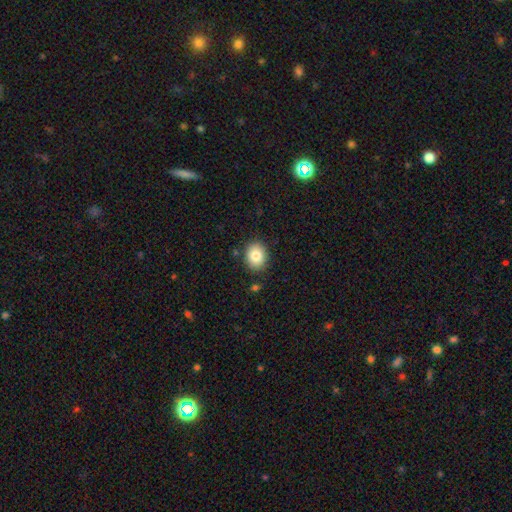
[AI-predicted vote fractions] A smooth galaxy with no disk features (83%) that is in between round and cigar-shaped (51%).

Vote fractions:
- Smooth or featured? smooth: 83% / star or artifact: 9% / featured or disk: 8%
- How rounded? in between: 51% / round: 48% / cigar-shaped: 1%
- Merging? none: 87% / minor disturbance: 9% / major disturbance: 2% / merger: 2%